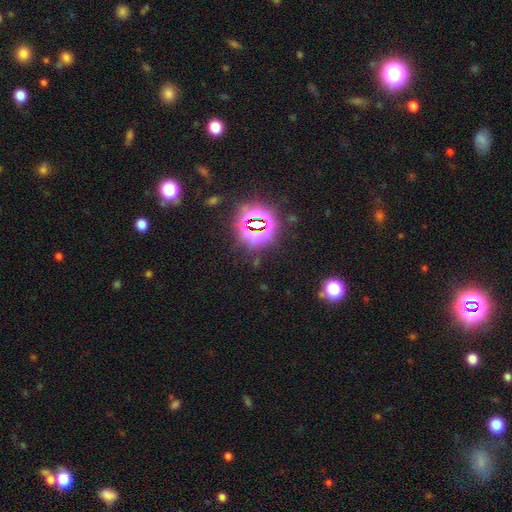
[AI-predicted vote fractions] The model was most divided on "smooth or featured": star or artifact: 80%, smooth: 13%, featured or disk: 7%.